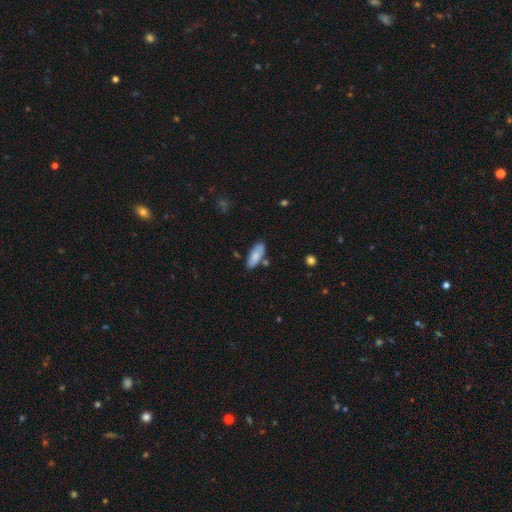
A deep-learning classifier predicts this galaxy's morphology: Smooth or featured? smooth (79%)
How rounded? in between (81%)
Merging? none (73%)